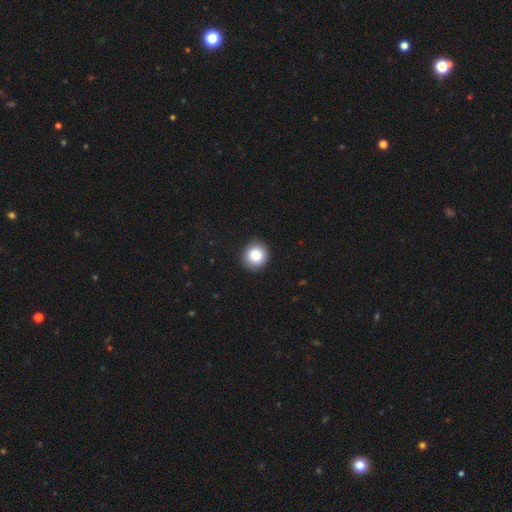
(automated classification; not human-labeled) A smooth galaxy with no disk features (84%) that is round (92%). Merging: none (90%).